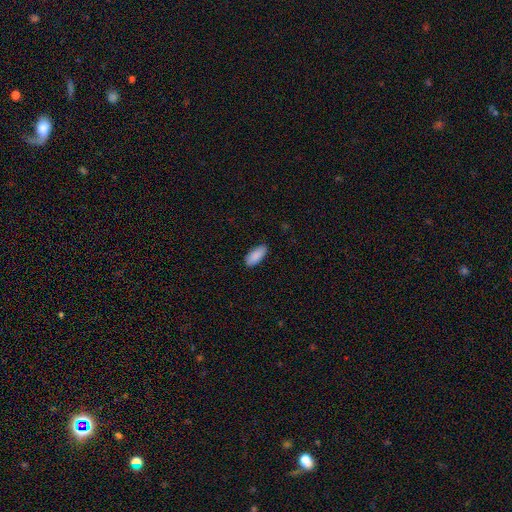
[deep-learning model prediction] smooth_or_featured: smooth (p=0.90) [alt: star or artifact p=0.06]
how_rounded: in between (p=0.89) [alt: cigar-shaped p=0.09]
merging: none (p=0.87) [alt: minor disturbance p=0.11]